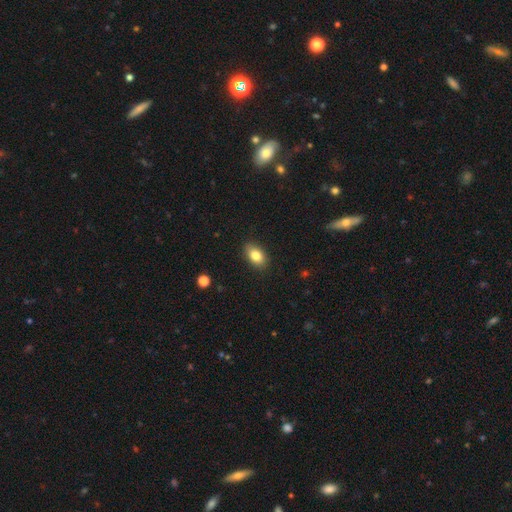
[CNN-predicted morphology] Overall: smooth (83%). How rounded: in between (88%). Merging: none (87%).